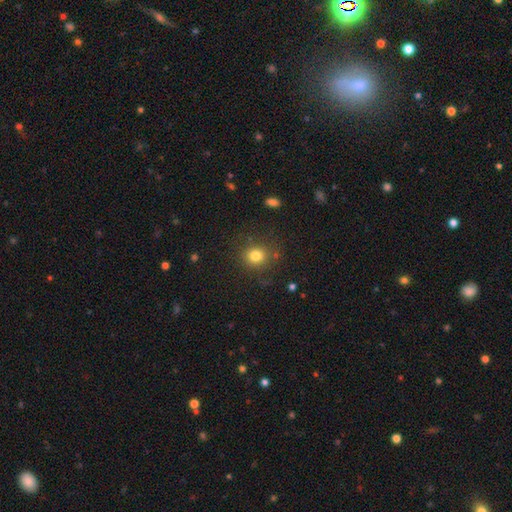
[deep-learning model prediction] Q: Smooth or featured?
A: smooth (80%); runner-up: star or artifact (13%)
Q: How rounded?
A: round (82%); runner-up: in between (17%)
Q: Merging?
A: none (81%); runner-up: minor disturbance (11%)